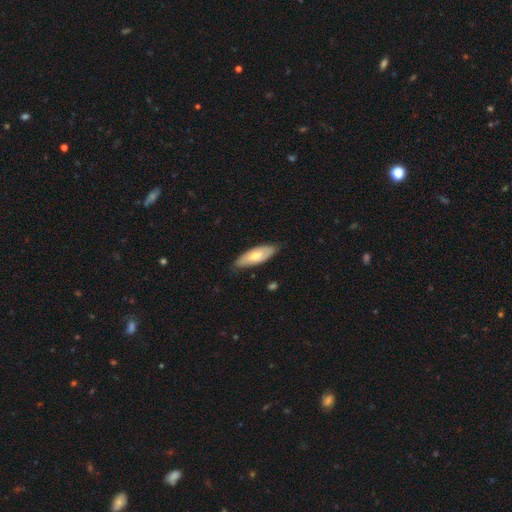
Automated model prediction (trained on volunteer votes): smooth_or_featured: smooth (p=0.59) [alt: featured or disk p=0.36]
how_rounded: in between (p=0.76) [alt: cigar-shaped p=0.22]
merging: none (p=0.80) [alt: minor disturbance p=0.17]